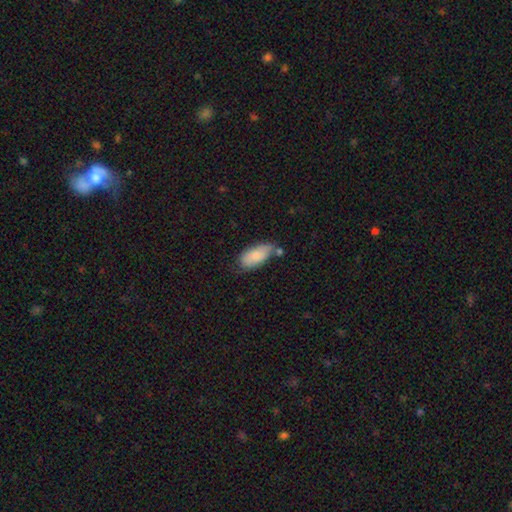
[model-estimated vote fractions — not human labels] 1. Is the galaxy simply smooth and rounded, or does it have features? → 81% smooth, 13% featured or disk, 6% star or artifact.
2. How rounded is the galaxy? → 90% in between, 8% cigar-shaped, 2% round.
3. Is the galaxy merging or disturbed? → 52% none, 29% minor disturbance, 12% merger, 7% major disturbance.